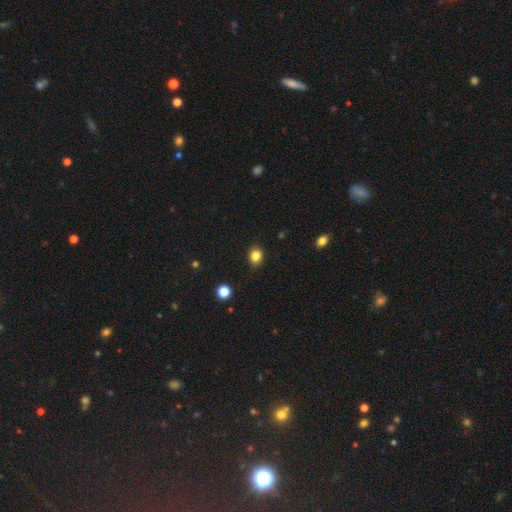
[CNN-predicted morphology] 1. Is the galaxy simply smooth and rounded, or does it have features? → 84% smooth, 11% star or artifact, 5% featured or disk.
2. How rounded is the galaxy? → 56% round, 43% in between, 1% cigar-shaped.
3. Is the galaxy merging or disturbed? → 87% none, 10% minor disturbance, 2% major disturbance, 1% merger.